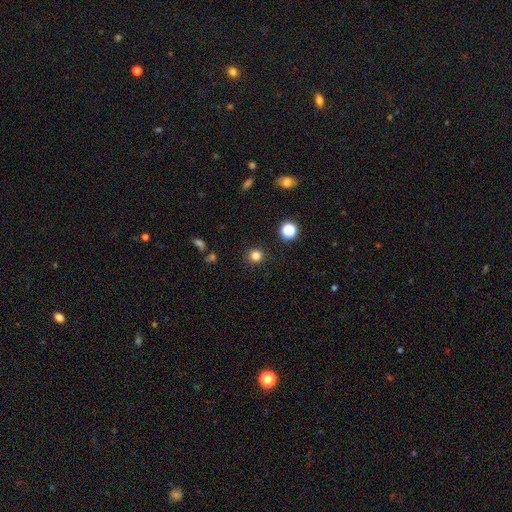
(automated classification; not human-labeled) Smooth or featured?
  - smooth: 81% *
  - star or artifact: 15%
  - featured or disk: 4%
How rounded?
  - round: 93% *
  - in between: 6%
  - cigar-shaped: 1%
Merging?
  - none: 91% *
  - minor disturbance: 6%
  - major disturbance: 2%
  - merger: 2%